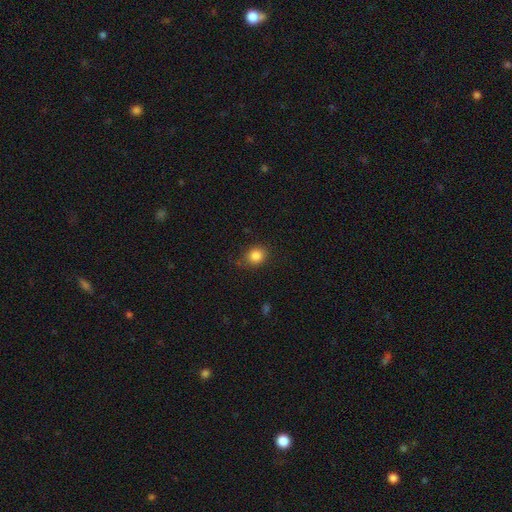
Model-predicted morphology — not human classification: smooth 84%, star or artifact 11%, featured or disk 5%. Down the decision tree: how rounded — round (71%); merging — none (79%).